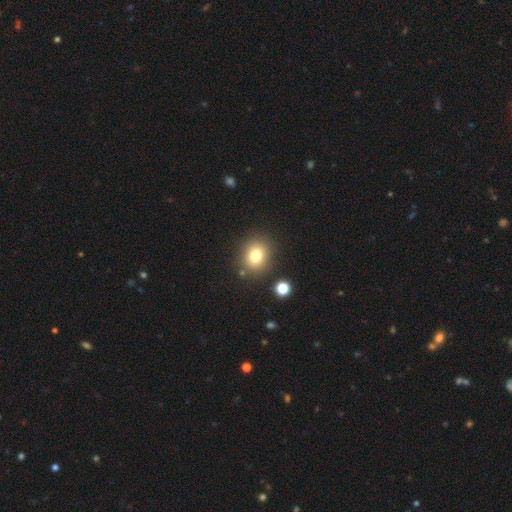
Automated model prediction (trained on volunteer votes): Q: Smooth or featured?
A: smooth (77%); runner-up: star or artifact (13%)
Q: How rounded?
A: round (68%); runner-up: in between (31%)
Q: Merging?
A: none (83%); runner-up: minor disturbance (9%)